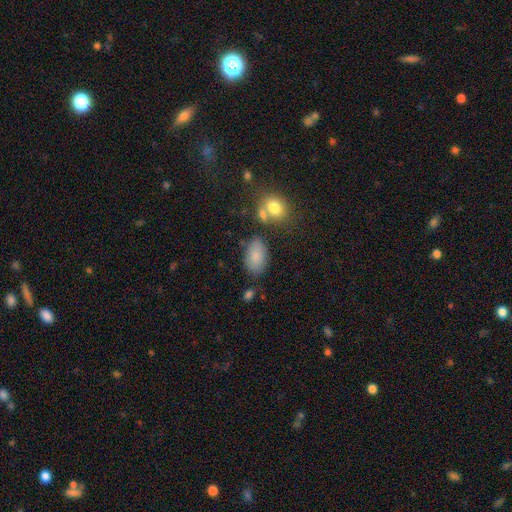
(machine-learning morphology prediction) Q: Smooth or featured?
A: smooth (82%); runner-up: featured or disk (9%)
Q: How rounded?
A: in between (91%); runner-up: round (7%)
Q: Merging?
A: none (69%); runner-up: minor disturbance (17%)